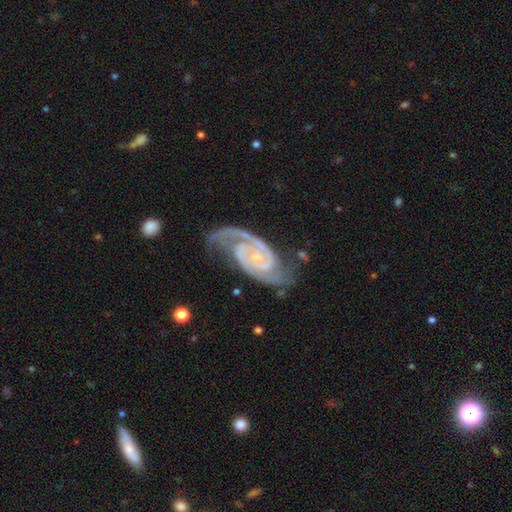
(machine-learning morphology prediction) Overall: featured or disk (93%). Edge-on disk: no (97%). Bar: no (55%; weak 33%). Spiral arms: yes (99%). Spiral arm count: 2 (90%). Spiral winding: tight (50%; medium 43%). Bulge size: small (72%). Merging: none (70%).